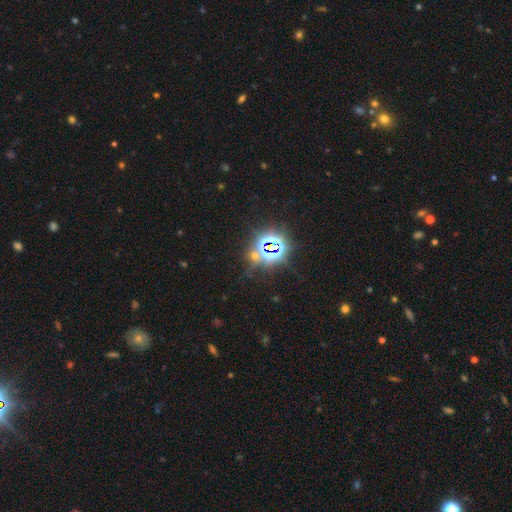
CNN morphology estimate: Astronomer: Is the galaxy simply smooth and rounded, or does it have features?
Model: star or artifact — 77%.